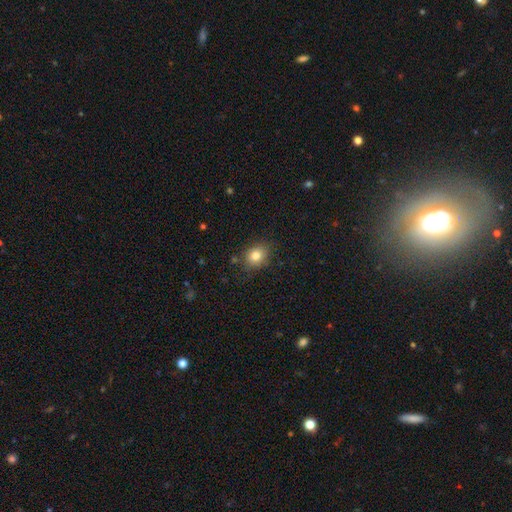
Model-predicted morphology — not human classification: Smooth or featured? Predicted: smooth (p=0.83). How rounded? Predicted: in between (p=0.53). Merging? Predicted: none (p=0.80).